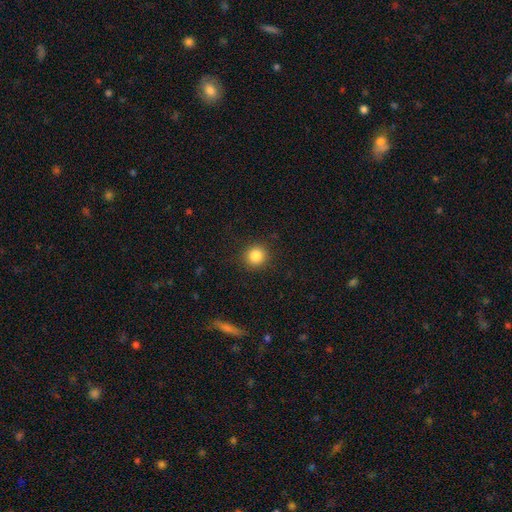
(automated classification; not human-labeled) A smooth galaxy with no disk features (85%) that is round (92%).

Vote fractions:
- Smooth or featured? smooth: 85% / star or artifact: 11% / featured or disk: 5%
- How rounded? round: 92% / in between: 7% / cigar-shaped: 1%
- Merging? none: 90% / minor disturbance: 6% / major disturbance: 2% / merger: 1%